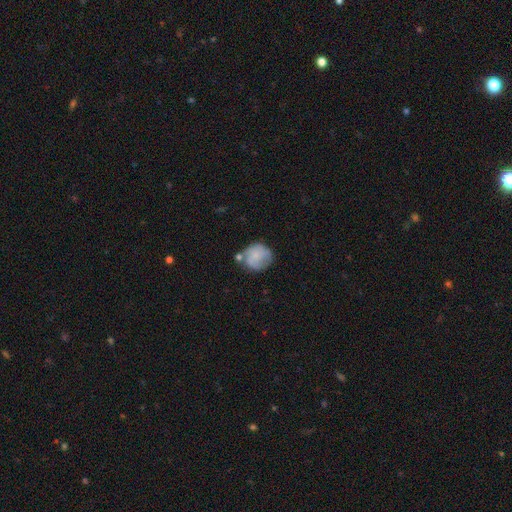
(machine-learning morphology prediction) Q: Smooth or featured?
A: smooth (67%); runner-up: featured or disk (25%)
Q: How rounded?
A: round (82%); runner-up: in between (17%)
Q: Merging?
A: none (49%); runner-up: minor disturbance (26%)